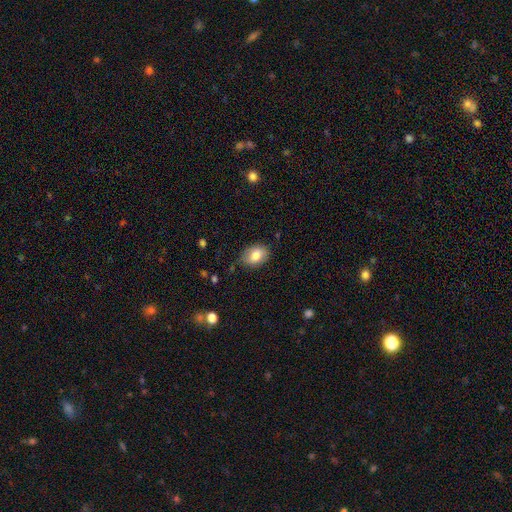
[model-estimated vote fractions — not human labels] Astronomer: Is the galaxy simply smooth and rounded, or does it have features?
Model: smooth — 79%.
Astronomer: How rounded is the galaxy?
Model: in between — 82%.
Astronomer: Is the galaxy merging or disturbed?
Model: none — 79%.